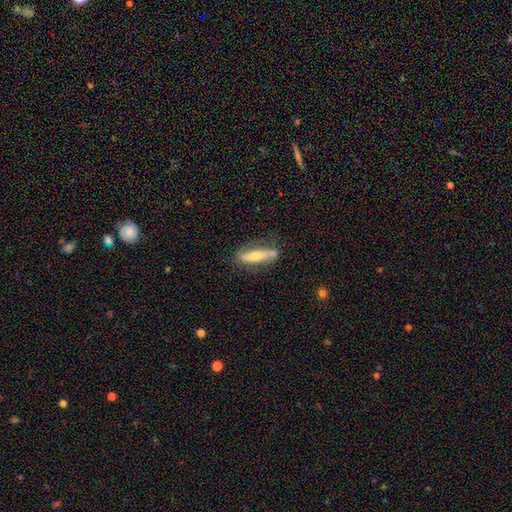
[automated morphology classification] This is possibly a featured or disk galaxy (52%). It is likely viewed edge-on (64%). Merging: likely none (70%).